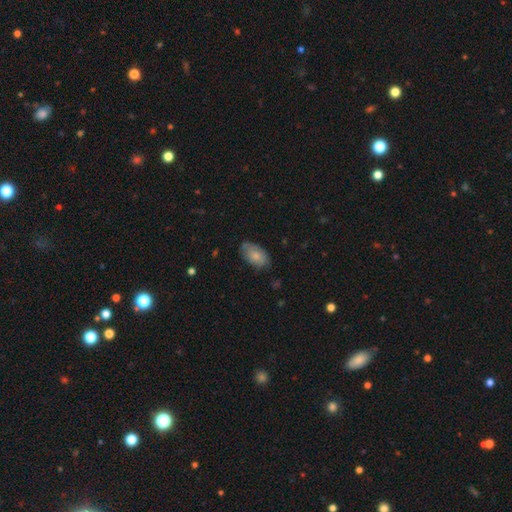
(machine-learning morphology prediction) Smooth or featured: smooth — 76% (featured or disk — 18%)
How rounded: in between — 93% (round — 5%)
Merging: none — 70% (minor disturbance — 24%)